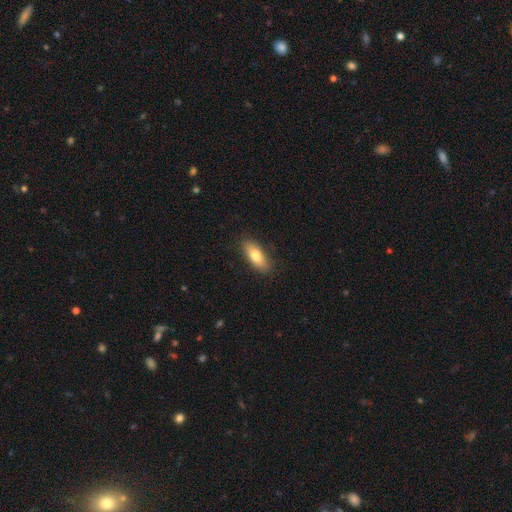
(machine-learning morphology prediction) Smooth or featured: smooth — 77% (featured or disk — 17%)
How rounded: in between — 77% (cigar-shaped — 20%)
Merging: none — 86% (minor disturbance — 11%)